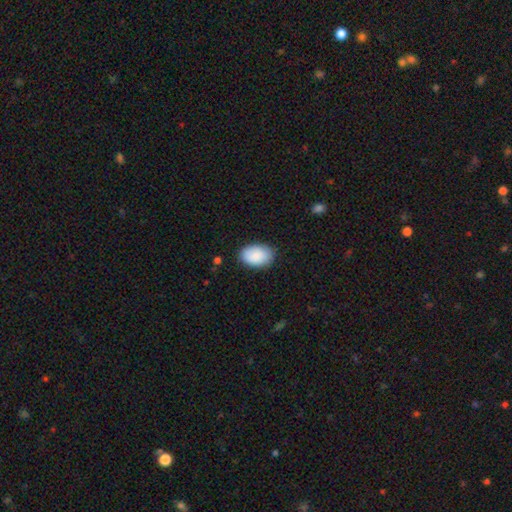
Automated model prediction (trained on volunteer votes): This appears to be a smooth galaxy with no disk features (88%) that is in between round and cigar-shaped (88%). Merging: none (83%).